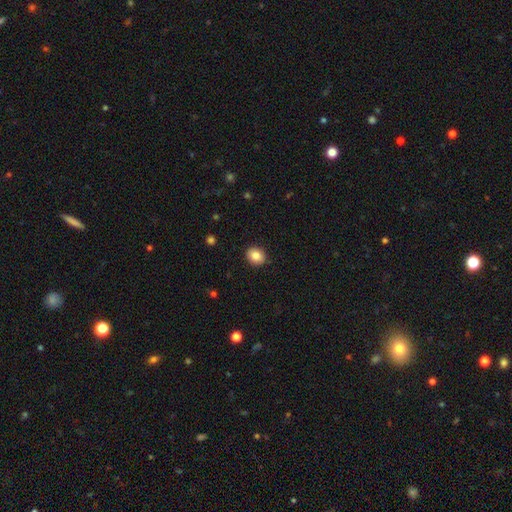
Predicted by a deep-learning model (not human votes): A smooth galaxy with no disk features (84%) that is round (63%).

Vote fractions:
- Smooth or featured? smooth: 84% / star or artifact: 9% / featured or disk: 7%
- How rounded? round: 63% / in between: 36% / cigar-shaped: 1%
- Merging? none: 89% / minor disturbance: 8% / major disturbance: 2% / merger: 1%